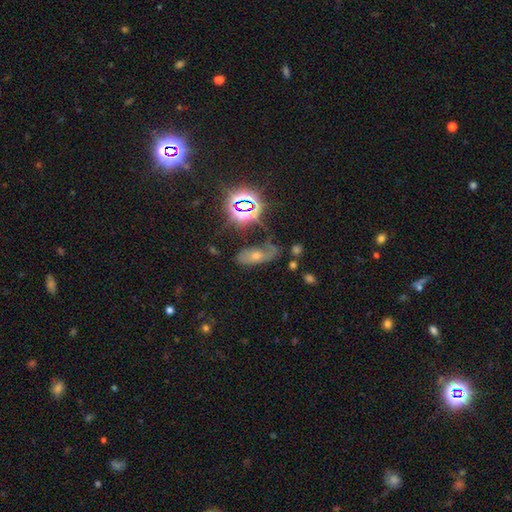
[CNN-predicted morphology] smooth_or_featured: smooth (p=0.41) [alt: featured or disk p=0.32]
merging: none (p=0.42) [alt: minor disturbance p=0.25]